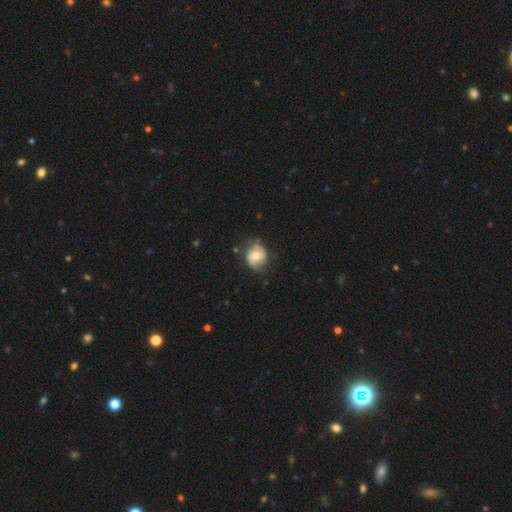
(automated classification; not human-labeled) This appears to be a featured or disk galaxy (53%) with no bar (63%), spiral arms (75%) and a moderate central bulge (70%). Merging: none (62%).